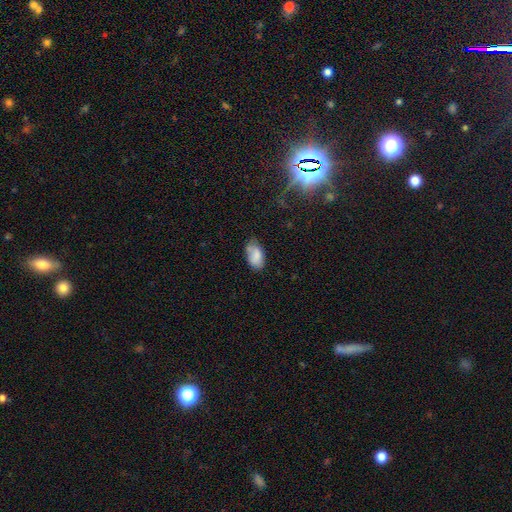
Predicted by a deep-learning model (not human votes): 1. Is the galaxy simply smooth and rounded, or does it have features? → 80% smooth, 12% featured or disk, 8% star or artifact.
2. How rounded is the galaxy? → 94% in between, 4% round, 2% cigar-shaped.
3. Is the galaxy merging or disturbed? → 60% none, 30% minor disturbance, 7% major disturbance, 4% merger.